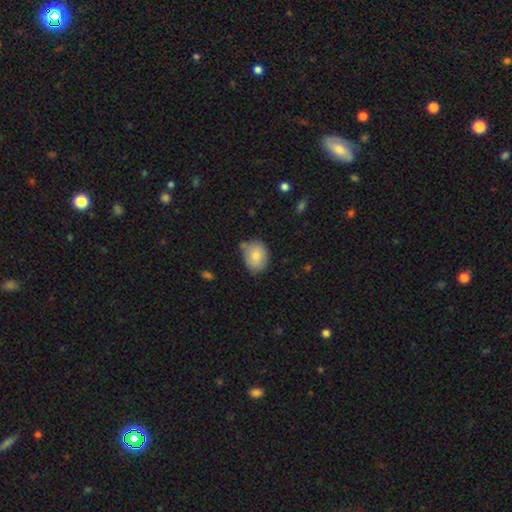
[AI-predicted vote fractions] A smooth galaxy with no disk features (80%) that is in between round and cigar-shaped (54%). Merging: none (62%).